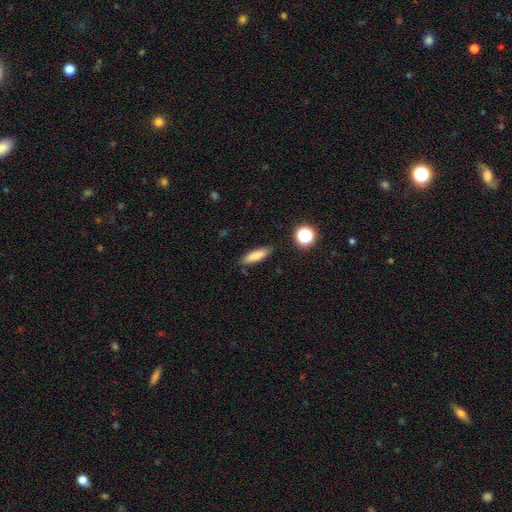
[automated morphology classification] The model was most divided on "how rounded": cigar-shaped: 59%, in between: 38%, round: 3%. More confident: merging — none (83%); smooth or featured — smooth (81%).